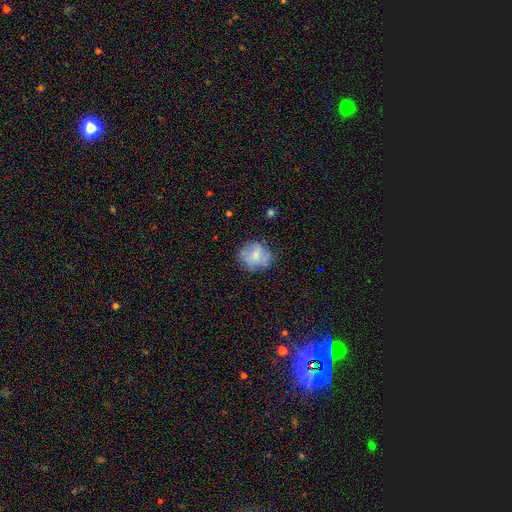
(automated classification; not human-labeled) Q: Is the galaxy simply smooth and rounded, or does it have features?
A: smooth — 63%.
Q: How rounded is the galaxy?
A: round — 76%.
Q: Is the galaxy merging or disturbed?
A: none — 65%.